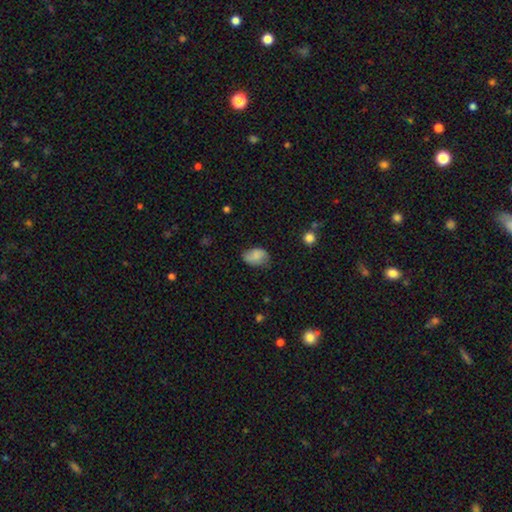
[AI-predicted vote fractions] Q: Smooth or featured?
A: smooth (67%); runner-up: featured or disk (25%)
Q: How rounded?
A: in between (79%); runner-up: round (19%)
Q: Merging?
A: none (65%); runner-up: minor disturbance (27%)